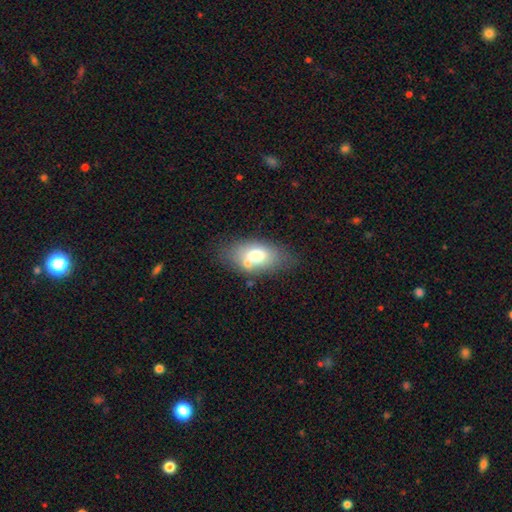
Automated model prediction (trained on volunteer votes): smooth-or-featured: smooth: 67% | featured or disk: 24% | star or artifact: 8%
  how-rounded: in between: 89% | round: 8% | cigar-shaped: 3%
  merging: none: 59% | minor disturbance: 19% | merger: 16% | major disturbance: 6%